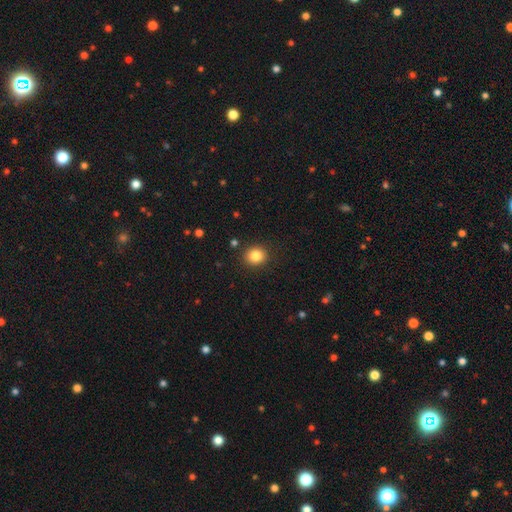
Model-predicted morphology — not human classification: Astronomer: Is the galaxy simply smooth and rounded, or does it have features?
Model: smooth — 84%.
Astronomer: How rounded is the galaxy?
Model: round — 76%.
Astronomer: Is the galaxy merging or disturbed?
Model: none — 89%.